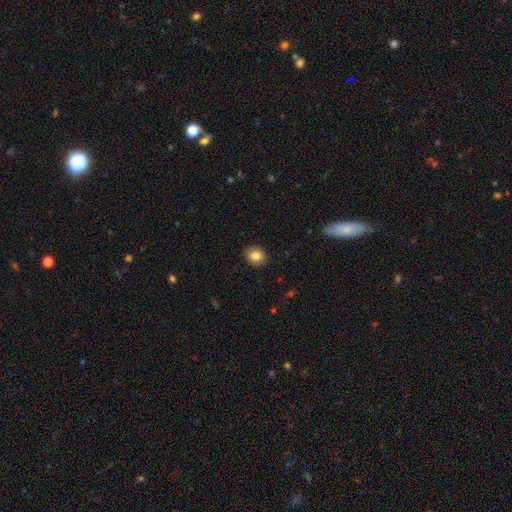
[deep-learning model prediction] Morphology: type=smooth (83%); roundness=round (72%); merging=none (90%).